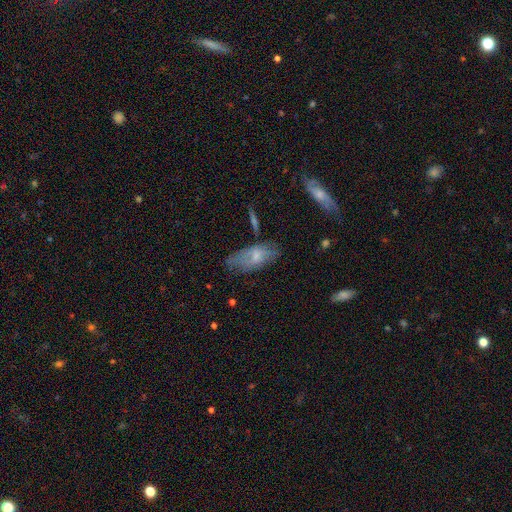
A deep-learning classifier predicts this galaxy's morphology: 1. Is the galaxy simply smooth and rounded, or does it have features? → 60% smooth, 33% featured or disk, 8% star or artifact.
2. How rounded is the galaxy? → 86% in between, 11% cigar-shaped, 3% round.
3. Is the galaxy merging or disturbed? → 54% none, 28% minor disturbance, 12% major disturbance, 6% merger.